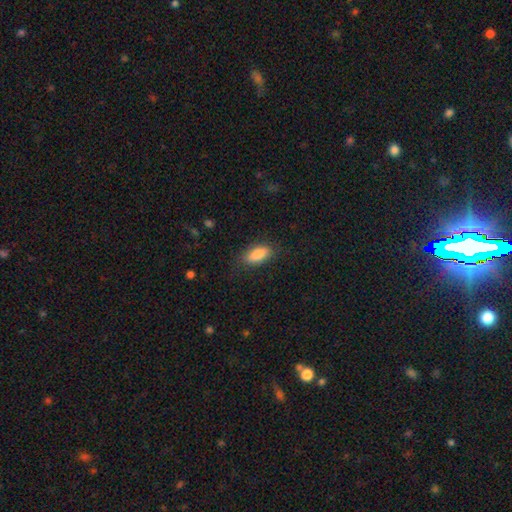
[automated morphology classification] smooth 85%, star or artifact 8%, featured or disk 7%. Down the decision tree: how rounded — in between (84%); merging — none (80%).